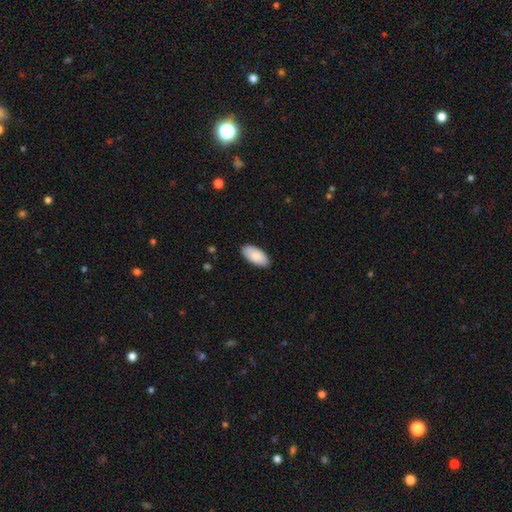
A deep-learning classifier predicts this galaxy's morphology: Smooth or featured? smooth (86%)
How rounded? in between (95%)
Merging? none (88%)